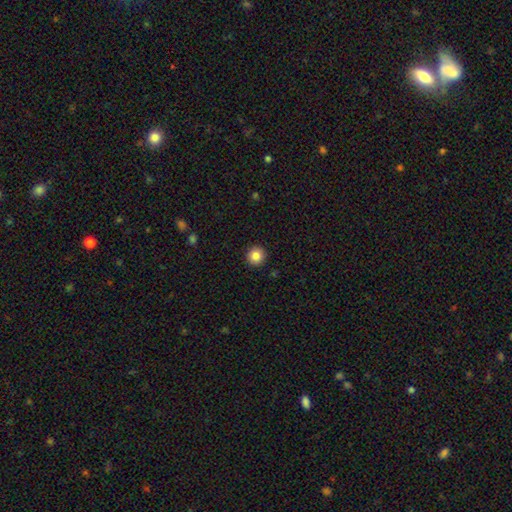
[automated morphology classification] Smooth or featured? smooth (85%)
How rounded? round (95%)
Merging? none (93%)